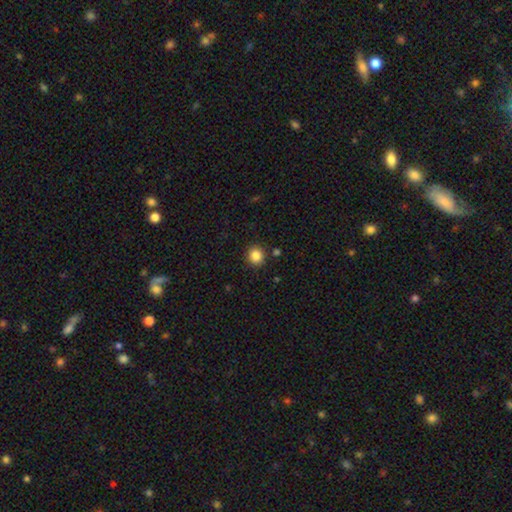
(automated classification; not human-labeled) Morphology: type=smooth (85%); roundness=round (90%); merging=none (89%).